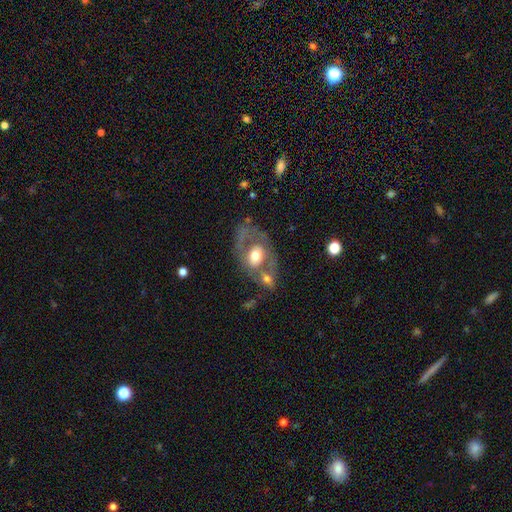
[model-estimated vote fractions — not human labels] smooth-or-featured: featured or disk: 55% | smooth: 37% | star or artifact: 7%
  disk-edge-on: no: 93% | yes: 7%
    bar: no: 72% | weak: 20% | strong: 7%
    has-spiral-arms: no: 69% | yes: 31%
    bulge-size: moderate: 65% | large: 23% | small: 9% | dominant: 2% | none: 1%
  merging: none: 39% | merger: 29% | minor disturbance: 17% | major disturbance: 15%